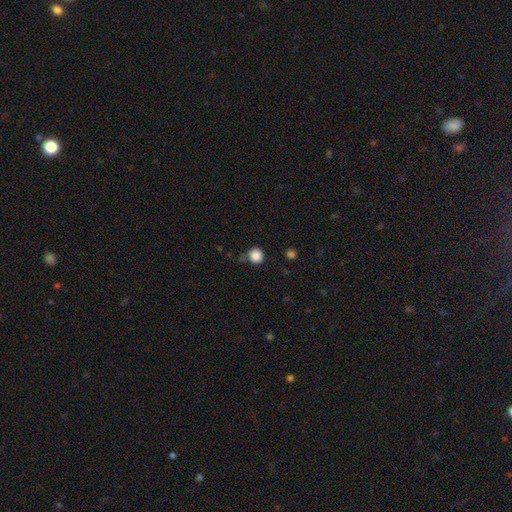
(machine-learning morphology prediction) The model was most divided on "merging": none: 76%, minor disturbance: 16%, major disturbance: 4%, merger: 3%. More confident: how rounded — round (92%); smooth or featured — smooth (87%).